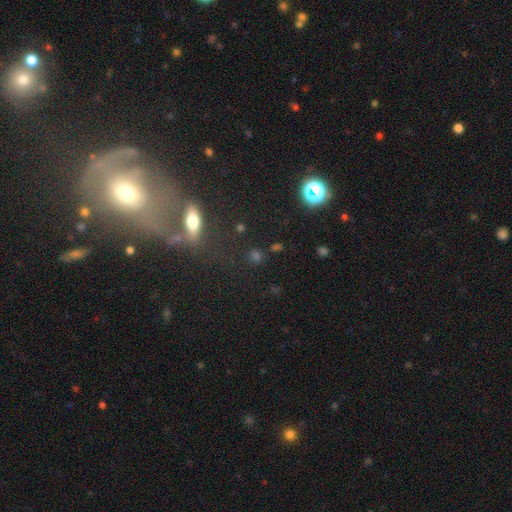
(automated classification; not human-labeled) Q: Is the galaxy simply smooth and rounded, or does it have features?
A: smooth — 54%.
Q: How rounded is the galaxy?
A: round — 61%.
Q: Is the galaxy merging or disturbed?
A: none — 73%.